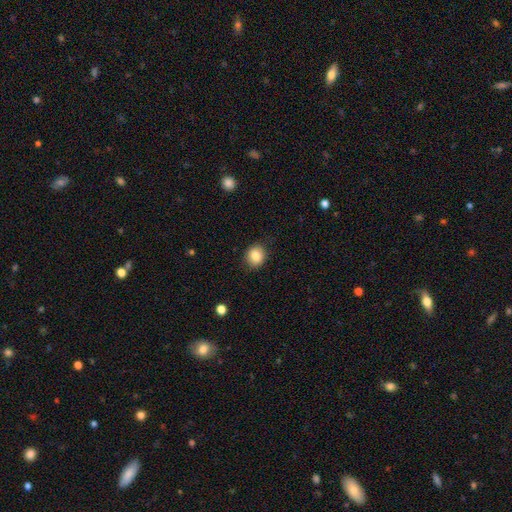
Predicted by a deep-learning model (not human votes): A smooth galaxy with no disk features (85%) that is round (72%).

Vote fractions:
- Smooth or featured? smooth: 85% / star or artifact: 9% / featured or disk: 6%
- How rounded? round: 72% / in between: 27% / cigar-shaped: 1%
- Merging? none: 86% / minor disturbance: 10% / major disturbance: 3% / merger: 1%